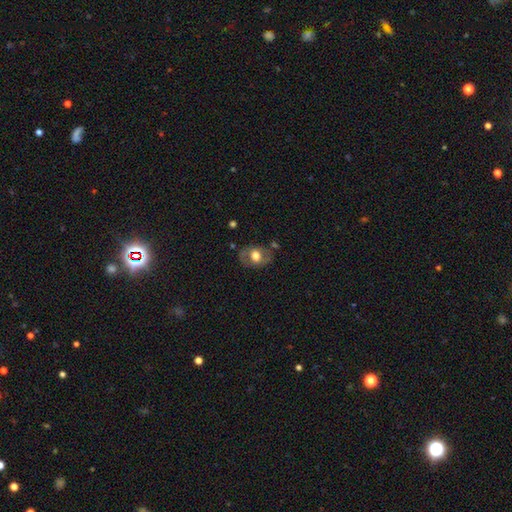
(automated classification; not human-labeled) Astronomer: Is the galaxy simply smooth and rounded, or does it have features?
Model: smooth — 53% (runner-up: featured or disk, 39%).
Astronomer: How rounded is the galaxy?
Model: in between — 63%.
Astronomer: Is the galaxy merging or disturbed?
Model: none — 69%.